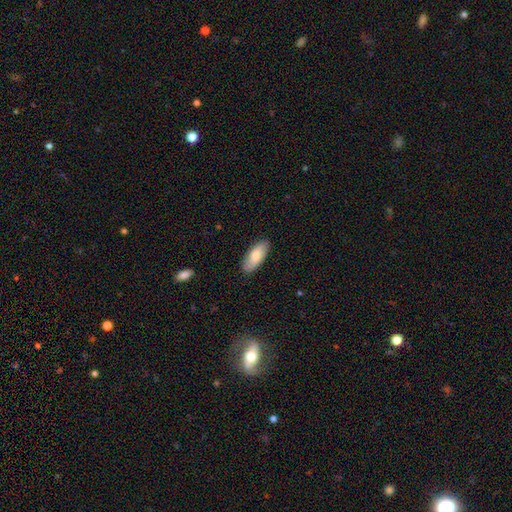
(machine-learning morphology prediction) Smooth or featured?
  - smooth: 80% *
  - featured or disk: 14%
  - star or artifact: 5%
How rounded?
  - in between: 83% *
  - cigar-shaped: 15%
  - round: 2%
Merging?
  - none: 87% *
  - minor disturbance: 10%
  - major disturbance: 2%
  - merger: 1%